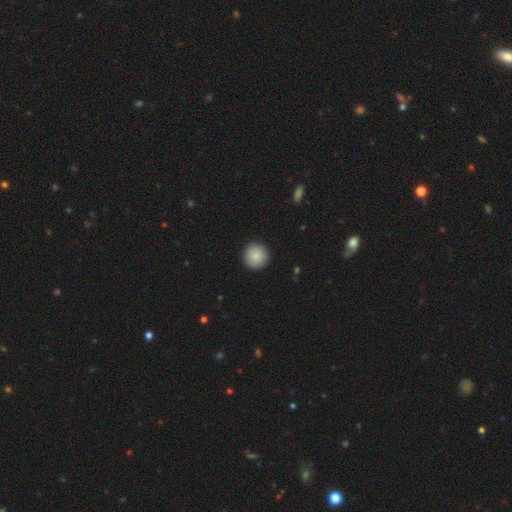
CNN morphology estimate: A smooth galaxy with no disk features (86%) that is round (95%).

Vote fractions:
- Smooth or featured? smooth: 86% / star or artifact: 7% / featured or disk: 7%
- How rounded? round: 95% / in between: 4% / cigar-shaped: 1%
- Merging? none: 92% / minor disturbance: 6% / major disturbance: 2% / merger: 1%